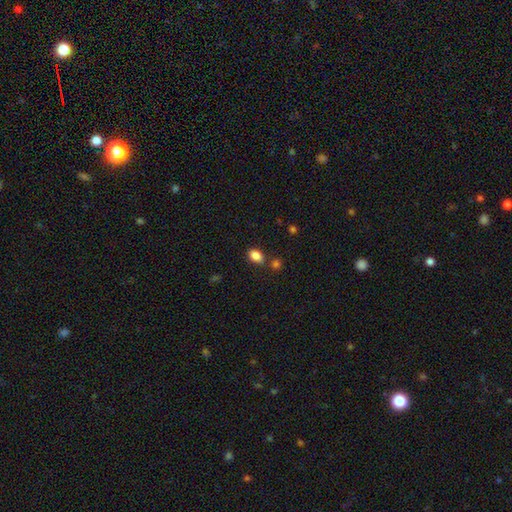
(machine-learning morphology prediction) This appears to be a smooth galaxy with no disk features (86%) that is in between round and cigar-shaped (81%). Merging: none (72%).